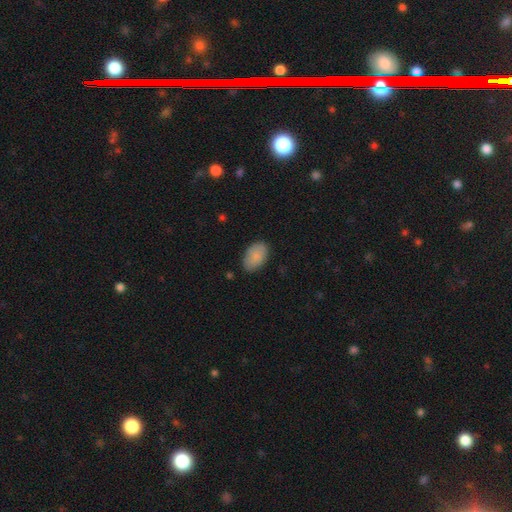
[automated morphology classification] The model was most divided on "merging": none: 83%, minor disturbance: 13%, major disturbance: 3%, merger: 1%. More confident: how rounded — in between (92%); smooth or featured — smooth (85%).